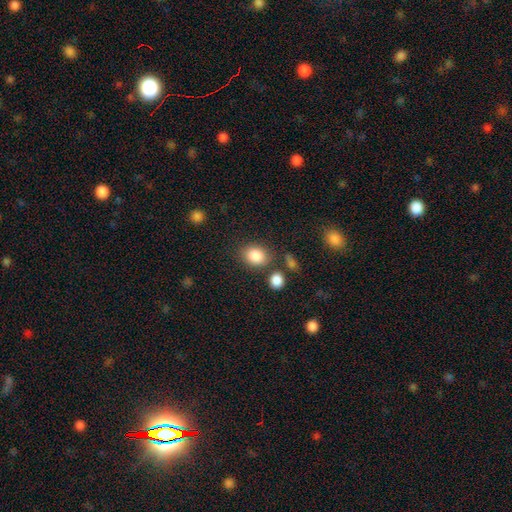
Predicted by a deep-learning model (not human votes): The model was most divided on "how rounded": in between: 51%, round: 48%, cigar-shaped: 1%. More confident: smooth or featured — smooth (86%); merging — none (74%).